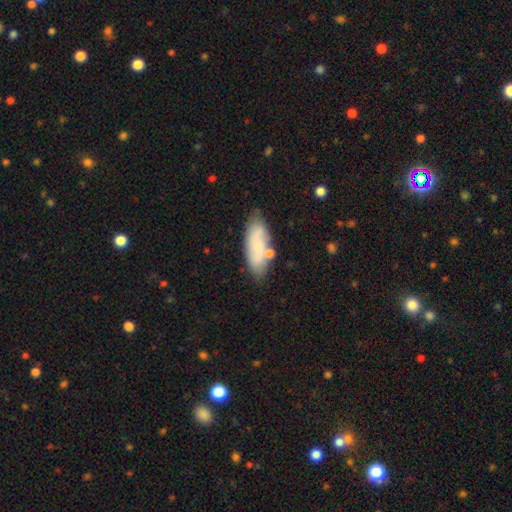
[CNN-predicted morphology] This is likely a smooth galaxy (69%). How rounded: likely in between (79%). Merging: likely none (62%).